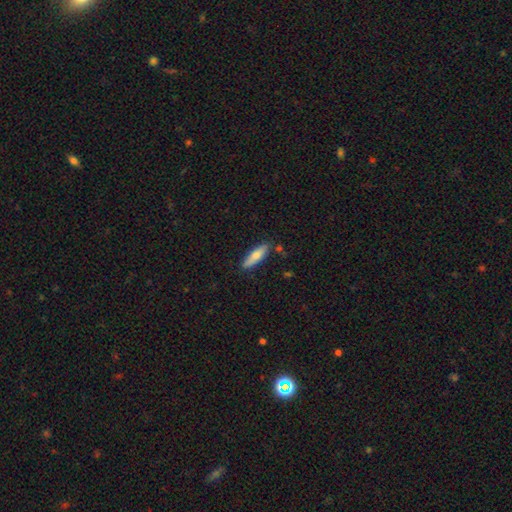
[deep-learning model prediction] Overall: smooth (75%). How rounded: cigar-shaped (65%; in between 34%). Merging: none (83%).